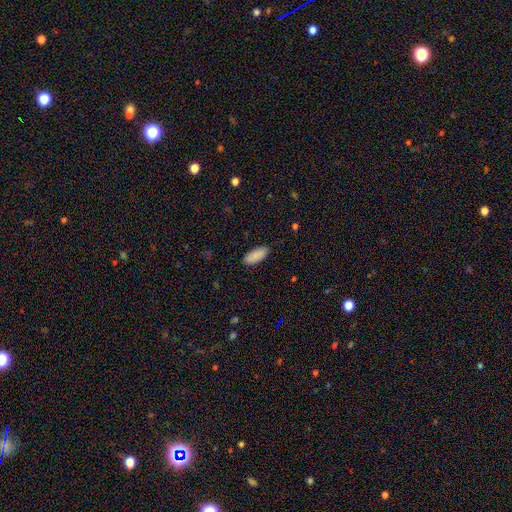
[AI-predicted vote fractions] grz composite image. It shows a smooth galaxy with no disk features (89%) that is in between round and cigar-shaped (83%). Merging: none (86%).